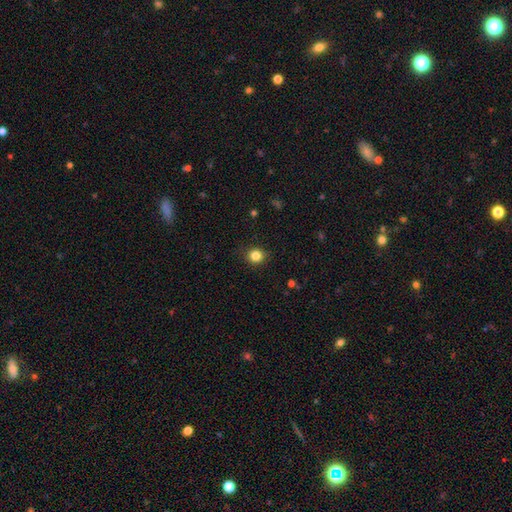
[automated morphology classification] Q: Smooth or featured?
A: smooth (83%); runner-up: star or artifact (12%)
Q: How rounded?
A: round (88%); runner-up: in between (12%)
Q: Merging?
A: none (89%); runner-up: minor disturbance (8%)